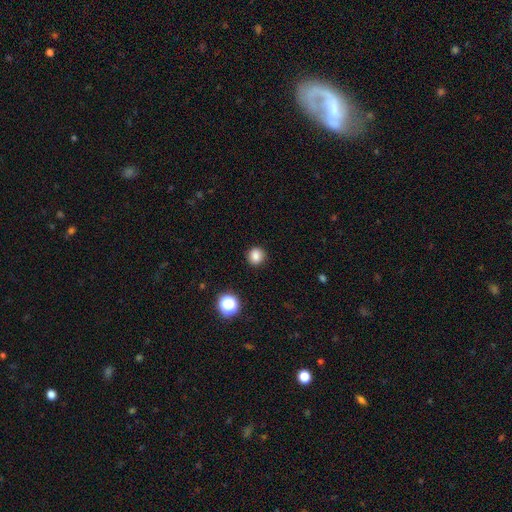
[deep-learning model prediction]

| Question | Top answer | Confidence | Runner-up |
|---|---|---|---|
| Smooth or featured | smooth | 84% | star or artifact (12%) |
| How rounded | round | 90% | in between (9%) |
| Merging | none | 90% | minor disturbance (7%) |